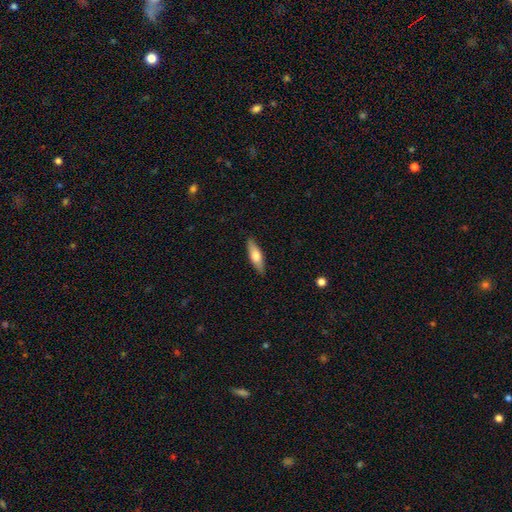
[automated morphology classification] This is likely a smooth galaxy (61%). How rounded: possibly cigar-shaped (53%). Merging: clearly none (88%).